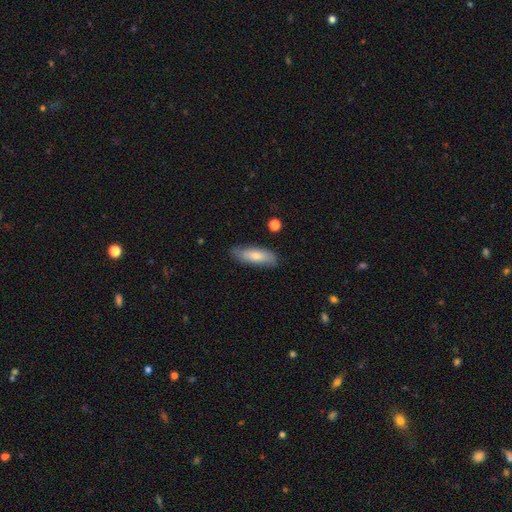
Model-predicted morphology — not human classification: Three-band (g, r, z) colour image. It shows a smooth galaxy with no disk features (74%) that is in between round and cigar-shaped (61%). Merging: none (77%).